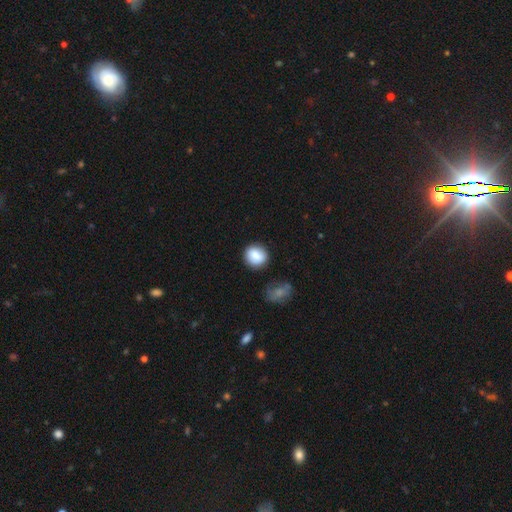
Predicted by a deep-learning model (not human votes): Smooth or featured: smooth — 82% (featured or disk — 11%)
How rounded: round — 81% (in between — 18%)
Merging: none — 81% (minor disturbance — 12%)